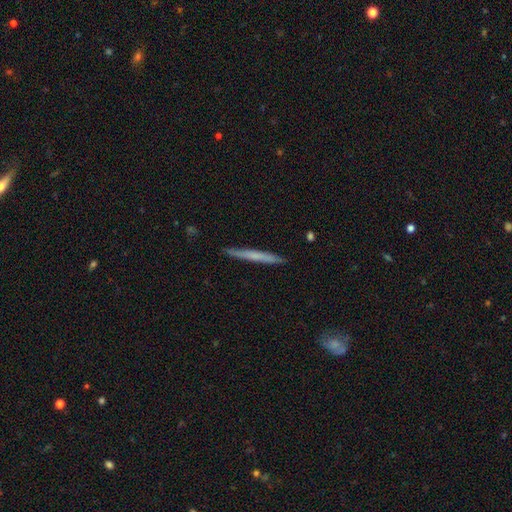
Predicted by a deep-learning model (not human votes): Smooth or featured: smooth — 53% (featured or disk — 41%)
How rounded: cigar-shaped — 97% (in between — 2%)
Merging: none — 90% (minor disturbance — 8%)